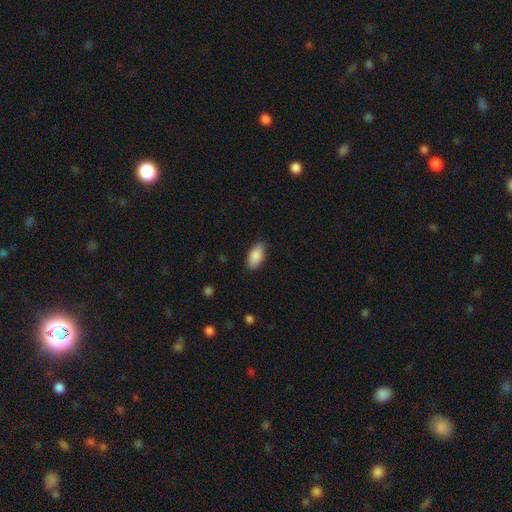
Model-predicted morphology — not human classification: type=smooth (89%); roundness=in between (92%); merging=none (86%).